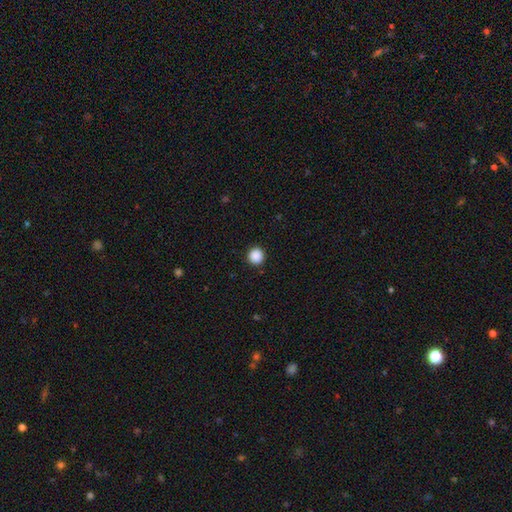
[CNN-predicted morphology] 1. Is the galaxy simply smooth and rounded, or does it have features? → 88% smooth, 9% star or artifact, 2% featured or disk.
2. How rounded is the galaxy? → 94% round, 5% in between, 1% cigar-shaped.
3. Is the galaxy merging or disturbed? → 92% none, 5% minor disturbance, 2% major disturbance, 1% merger.